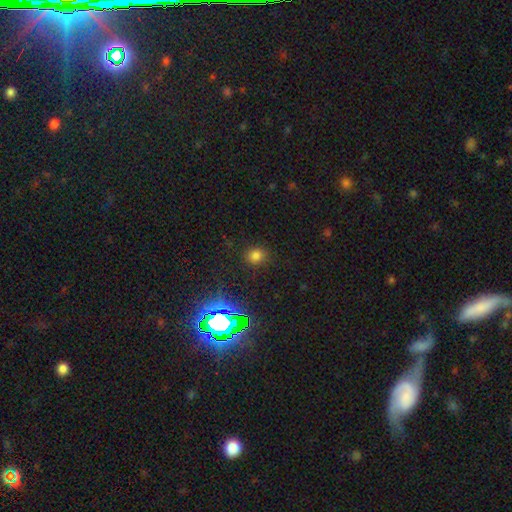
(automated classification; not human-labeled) The model was most divided on "smooth or featured": smooth: 71%, star or artifact: 22%, featured or disk: 6%. More confident: merging — none (87%); how rounded — round (79%).